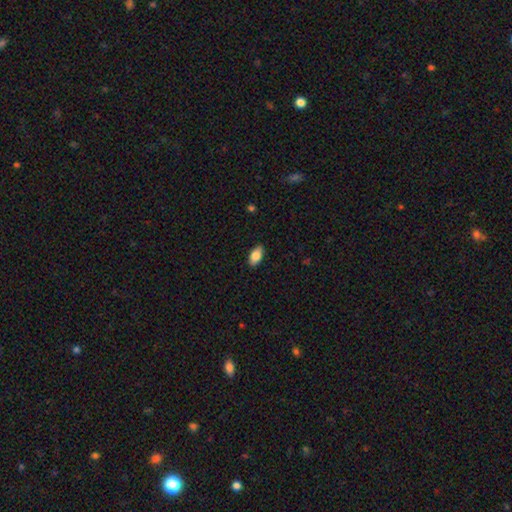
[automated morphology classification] type=smooth (84%); roundness=in between (92%); merging=none (89%).